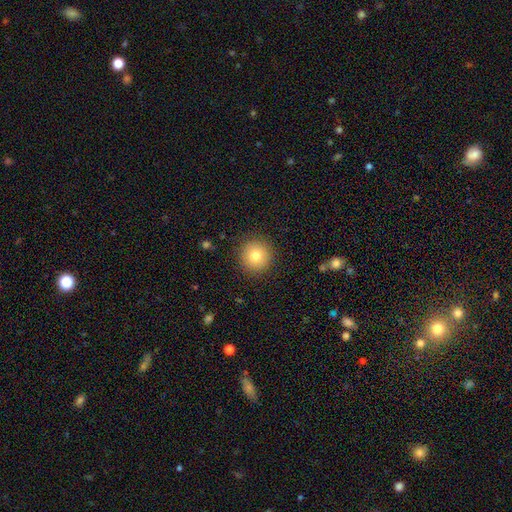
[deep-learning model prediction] Smooth or featured? Predicted: smooth (p=0.78). How rounded? Predicted: round (p=0.95). Merging? Predicted: none (p=0.90).